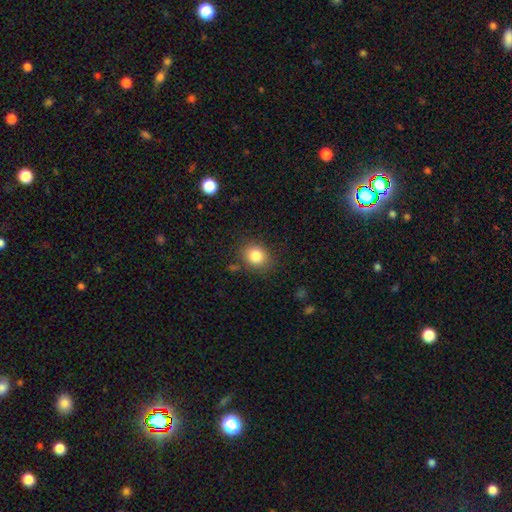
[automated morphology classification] type=smooth (83%); roundness=round (70%); merging=none (83%).